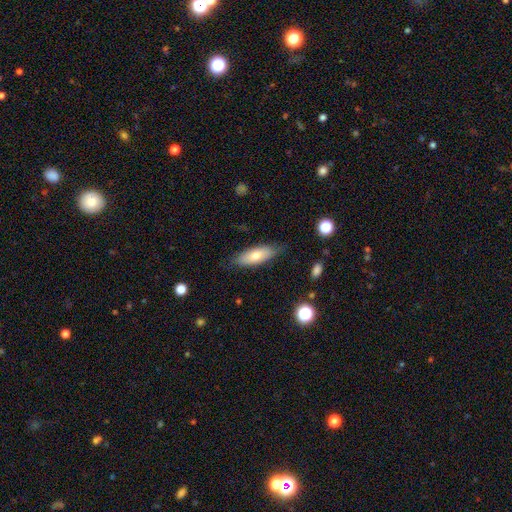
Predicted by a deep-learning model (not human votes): The model was most divided on "how rounded": in between: 65%, cigar-shaped: 33%, round: 2%. More confident: merging — none (77%); smooth or featured — smooth (69%).